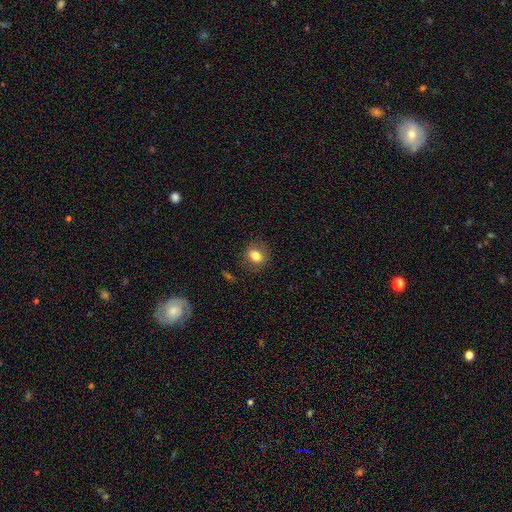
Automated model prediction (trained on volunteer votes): A smooth galaxy with no disk features (80%) that is round (51%).

Vote fractions:
- Smooth or featured? smooth: 80% / featured or disk: 10% / star or artifact: 10%
- How rounded? round: 51% / in between: 48% / cigar-shaped: 1%
- Merging? none: 84% / minor disturbance: 11% / major disturbance: 4% / merger: 1%